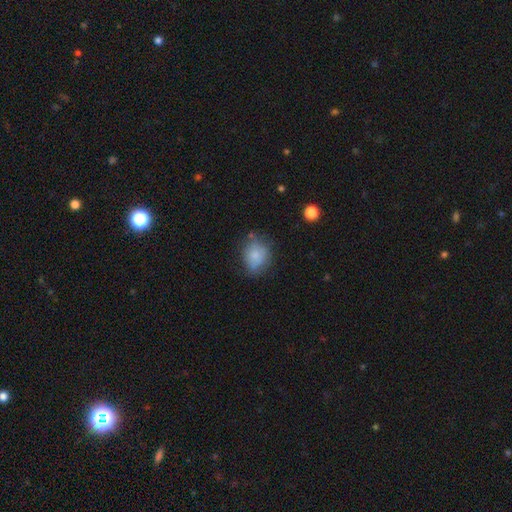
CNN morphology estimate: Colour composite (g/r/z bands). It shows a smooth galaxy with no disk features (77%) that is round (60%). Merging: none (58%).